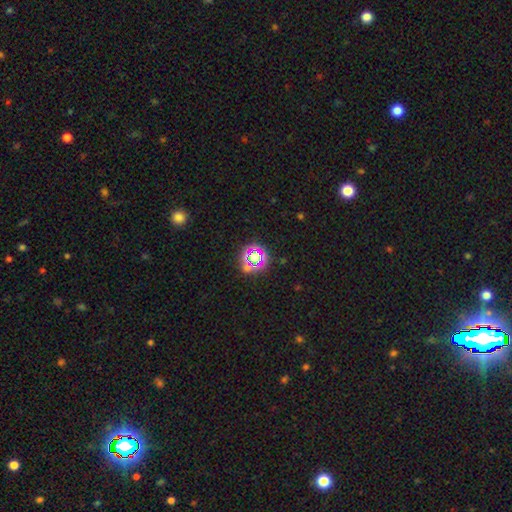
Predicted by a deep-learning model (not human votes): The model was most divided on "smooth or featured": star or artifact: 67%, smooth: 22%, featured or disk: 11%.